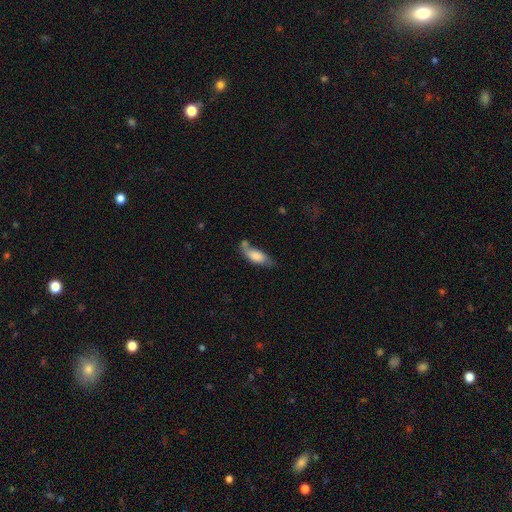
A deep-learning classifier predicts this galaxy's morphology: This is likely a smooth galaxy (74%). How rounded: likely in between (75%). Merging: marginally none (41%).